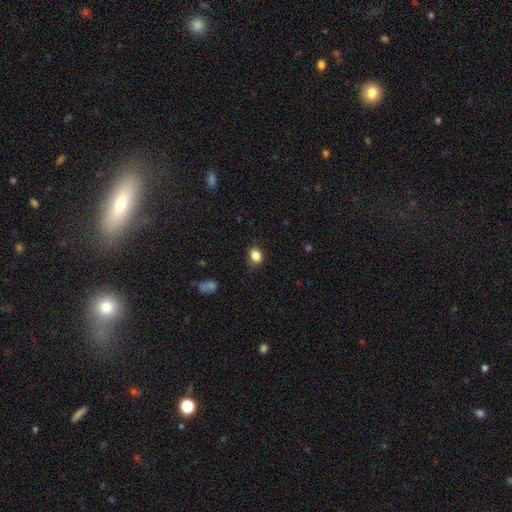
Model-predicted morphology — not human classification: smooth 85%, star or artifact 10%, featured or disk 5%. Down the decision tree: how rounded — in between (66%); merging — none (71%).